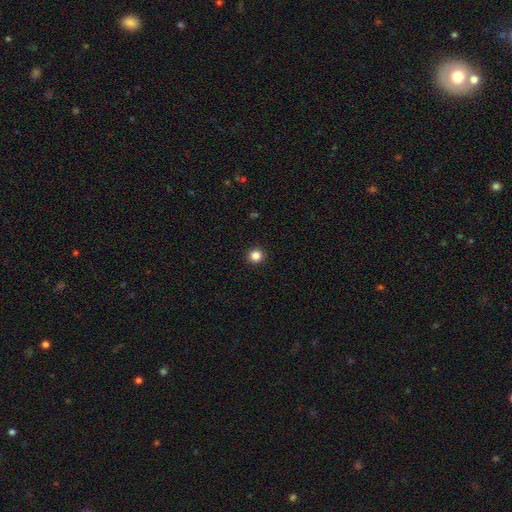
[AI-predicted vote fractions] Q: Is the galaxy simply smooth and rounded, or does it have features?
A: smooth — 85%.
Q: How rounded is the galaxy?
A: round — 95%.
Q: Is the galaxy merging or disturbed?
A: none — 94%.